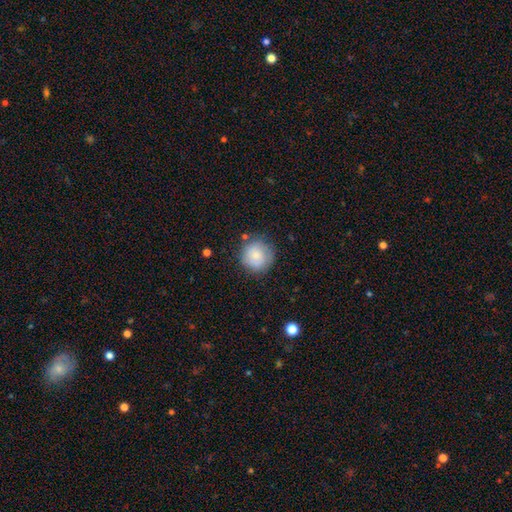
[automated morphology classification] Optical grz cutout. It shows a smooth galaxy with no disk features (78%) that is round (93%). Merging: none (78%).